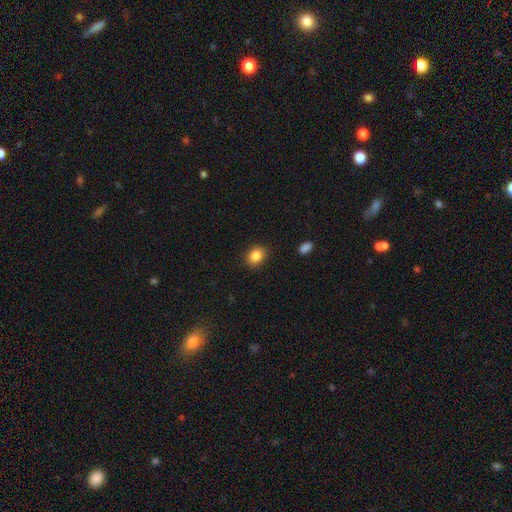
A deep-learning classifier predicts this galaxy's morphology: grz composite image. It shows a smooth galaxy with no disk features (86%) that is round (51%). Merging: none (85%).